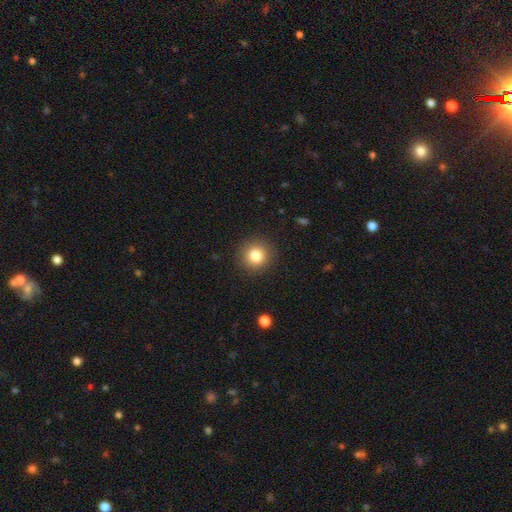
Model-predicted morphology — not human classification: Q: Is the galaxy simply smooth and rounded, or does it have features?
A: smooth — 82%.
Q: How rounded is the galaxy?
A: round — 93%.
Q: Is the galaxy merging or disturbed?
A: none — 90%.